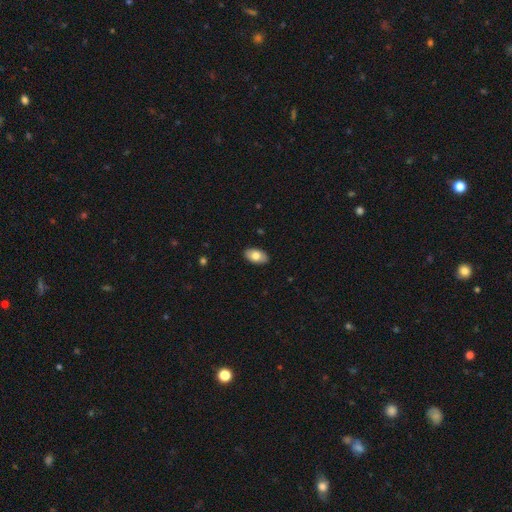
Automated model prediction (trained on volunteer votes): Smooth or featured? smooth (77%)
How rounded? in between (94%)
Merging? none (89%)